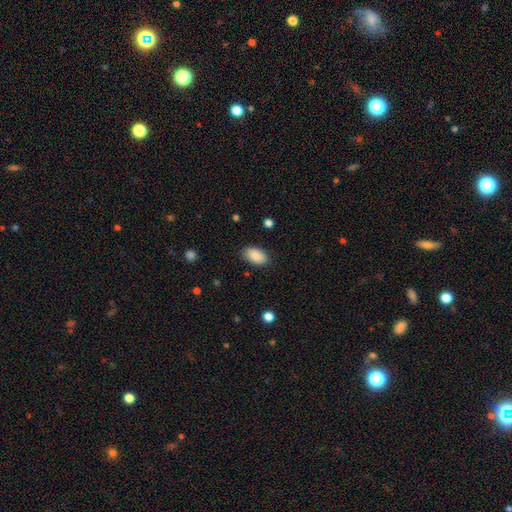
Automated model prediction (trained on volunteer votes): smooth-or-featured: smooth: 89% | star or artifact: 7% | featured or disk: 4%
  how-rounded: in between: 94% | round: 4% | cigar-shaped: 2%
  merging: none: 86% | minor disturbance: 10% | major disturbance: 3% | merger: 1%